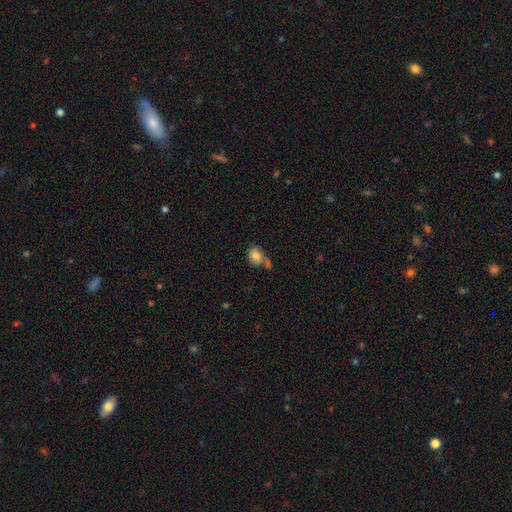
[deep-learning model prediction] smooth-or-featured: smooth: 79% | featured or disk: 12% | star or artifact: 9%
  how-rounded: in between: 65% | round: 34% | cigar-shaped: 1%
  merging: none: 44% | merger: 27% | minor disturbance: 20% | major disturbance: 9%